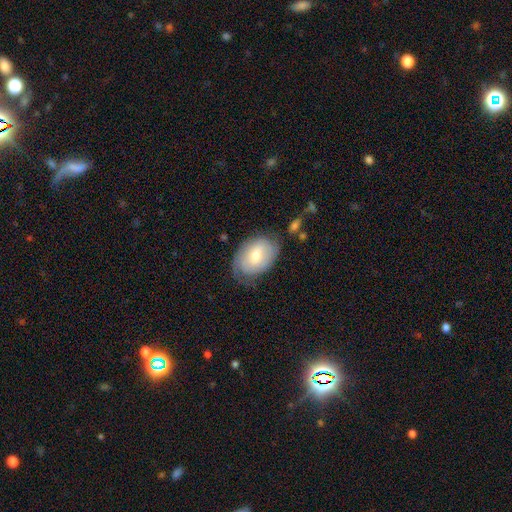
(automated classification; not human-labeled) Overall: smooth (58%; featured or disk 35%). How rounded: in between (81%). Merging: none (64%).